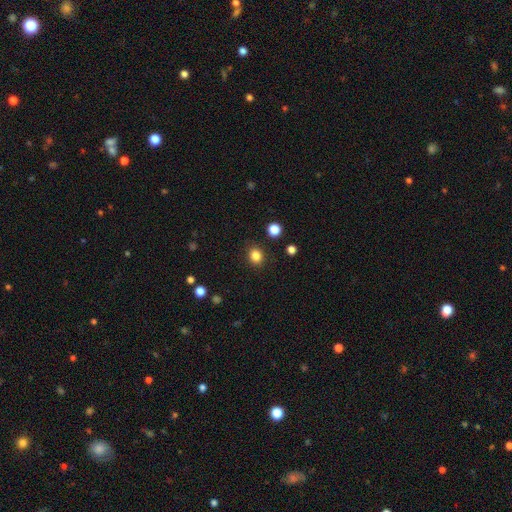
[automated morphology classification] smooth 84%, star or artifact 11%, featured or disk 4%. Down the decision tree: how rounded — round (72%); merging — none (89%).